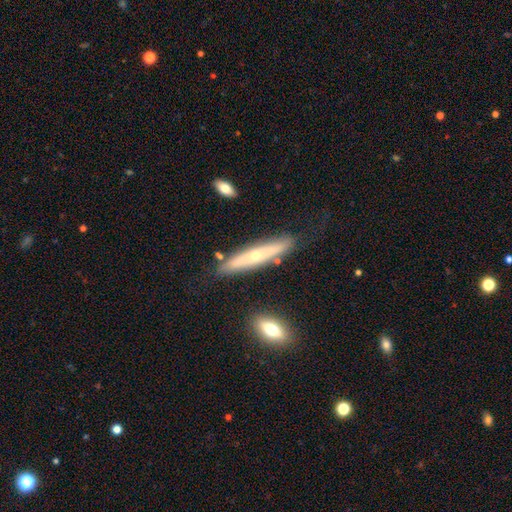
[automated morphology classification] Smooth or featured: featured or disk — 57% (smooth — 35%)
Edge-on disk: yes — 75% (no — 25%)
Merging: none — 79% (minor disturbance — 15%)